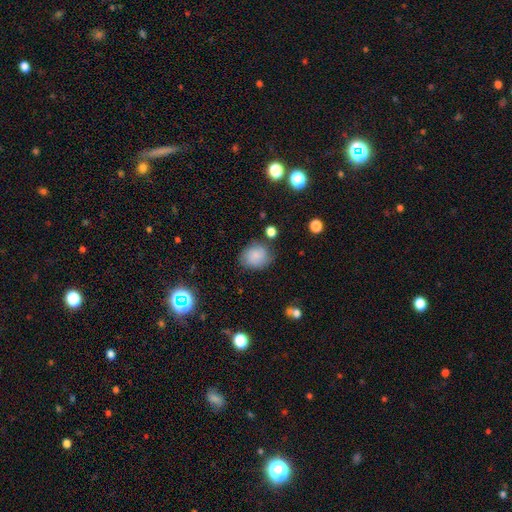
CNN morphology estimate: smooth_or_featured: smooth (p=0.78) [alt: featured or disk p=0.12]
how_rounded: round (p=0.60) [alt: in between p=0.39]
merging: none (p=0.70) [alt: minor disturbance p=0.21]